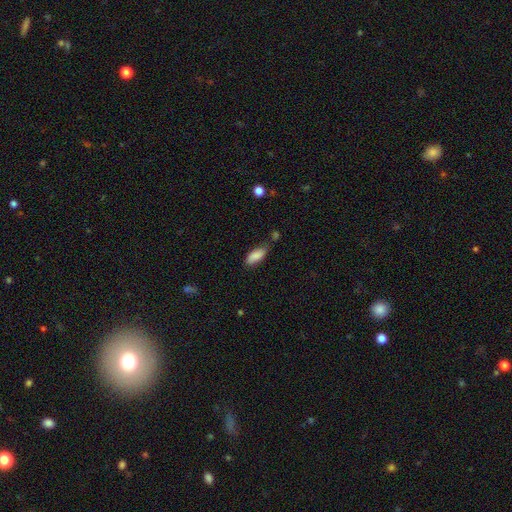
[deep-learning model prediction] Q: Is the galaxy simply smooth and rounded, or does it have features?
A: smooth — 86%.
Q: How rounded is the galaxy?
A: in between — 83%.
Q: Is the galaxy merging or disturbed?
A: none — 67%.